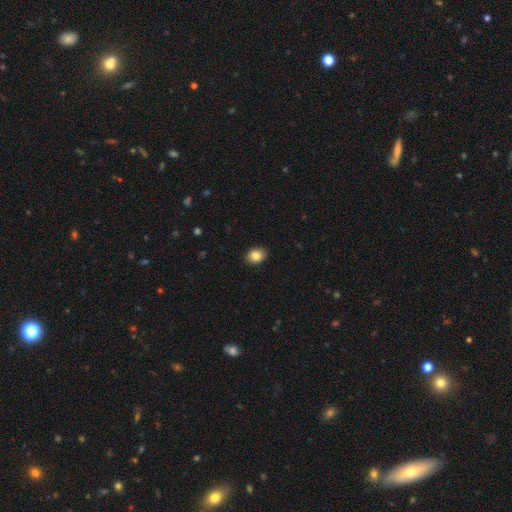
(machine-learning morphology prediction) type=smooth (86%); roundness=in between (65%); merging=none (90%).